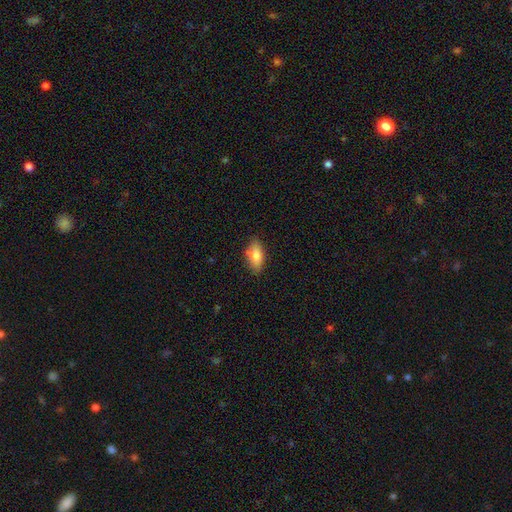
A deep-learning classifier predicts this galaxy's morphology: Smooth or featured? Predicted: smooth (p=0.77). How rounded? Predicted: in between (p=0.87). Merging? Predicted: none (p=0.80).